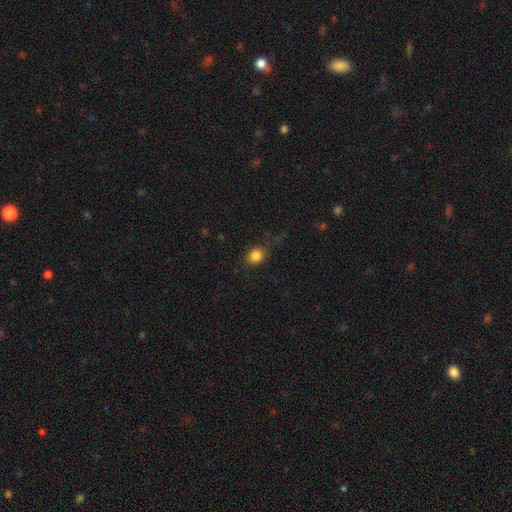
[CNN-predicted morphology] Overall: smooth (84%). How rounded: round (53%; in between 45%). Merging: none (78%).